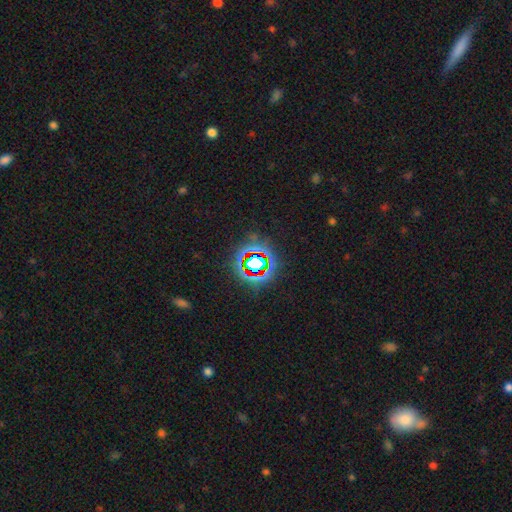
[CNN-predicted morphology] A star or artifact, not a galaxy (78%).

Vote fractions:
- Smooth or featured? star or artifact: 78% / smooth: 13% / featured or disk: 9%